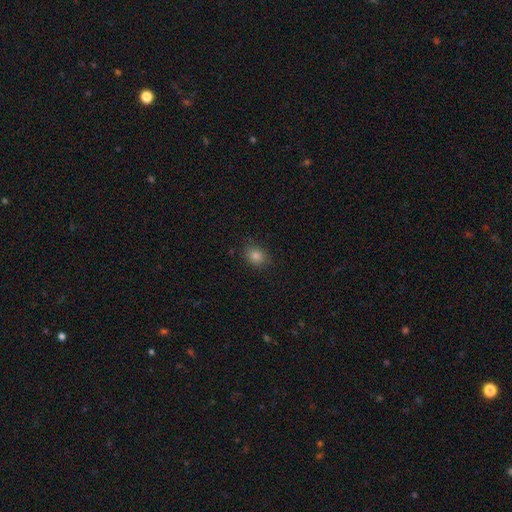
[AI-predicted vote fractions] smooth-or-featured: smooth: 81% | star or artifact: 13% | featured or disk: 6%
  how-rounded: round: 58% | in between: 41% | cigar-shaped: 1%
  merging: none: 84% | minor disturbance: 12% | major disturbance: 3% | merger: 1%